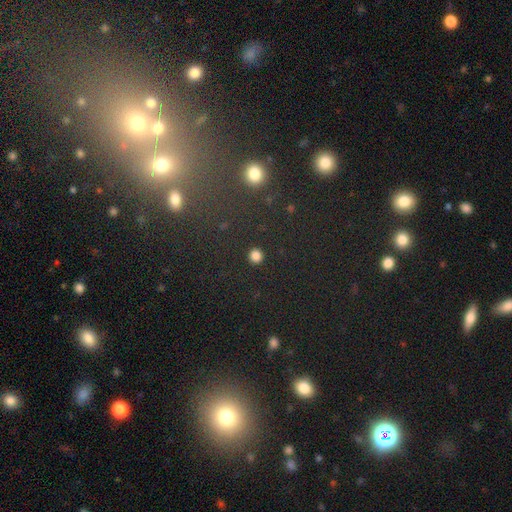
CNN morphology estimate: Overall: smooth (82%). How rounded: round (91%). Merging: none (92%).